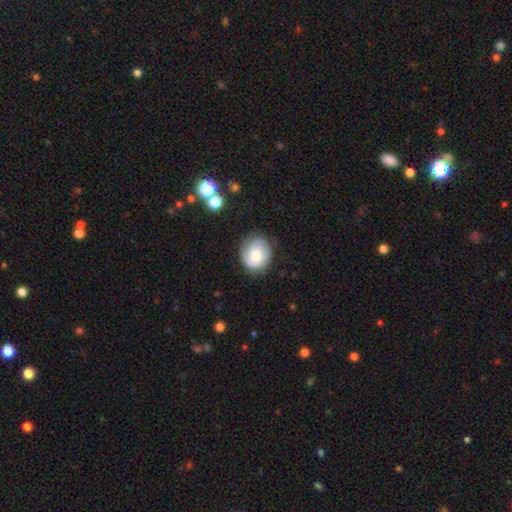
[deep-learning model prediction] Smooth or featured? smooth (52%)
How rounded? round (71%)
Merging? none (73%)